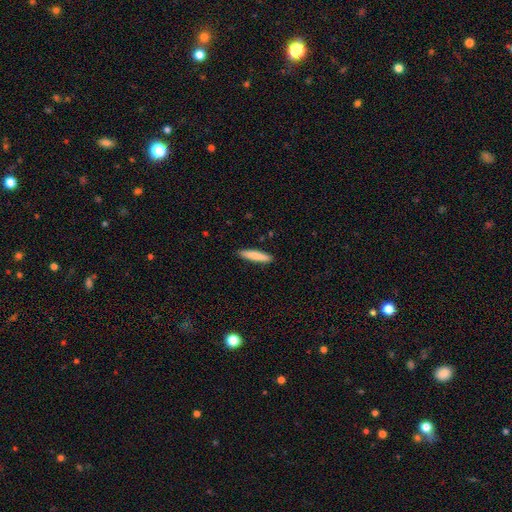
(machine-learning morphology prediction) A smooth galaxy with no disk features (80%) that is cigar-shaped (84%). Merging: none (90%).